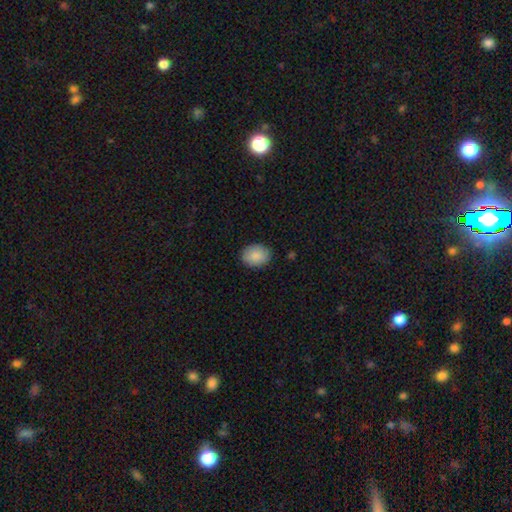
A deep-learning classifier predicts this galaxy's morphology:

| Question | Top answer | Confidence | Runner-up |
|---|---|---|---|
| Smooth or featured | smooth | 87% | star or artifact (7%) |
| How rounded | in between | 60% | round (39%) |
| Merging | none | 87% | minor disturbance (10%) |